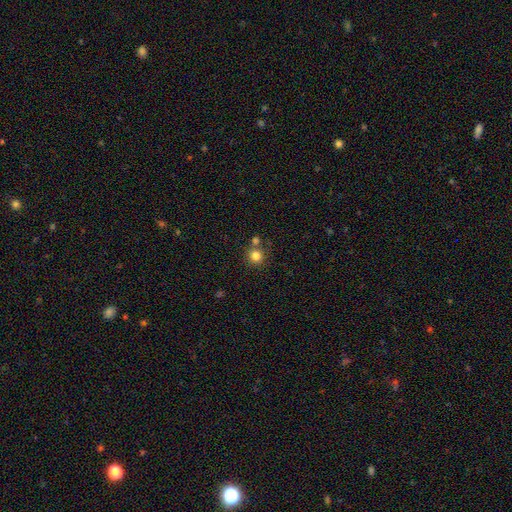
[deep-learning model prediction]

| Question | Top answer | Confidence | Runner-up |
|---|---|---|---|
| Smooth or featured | smooth | 81% | star or artifact (13%) |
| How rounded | round | 91% | in between (8%) |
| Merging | none | 69% | merger (20%) |